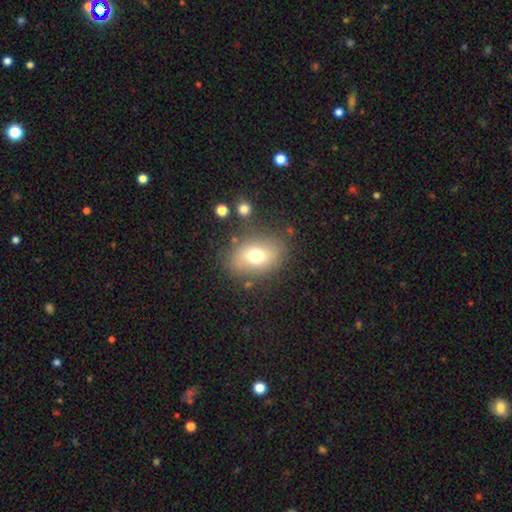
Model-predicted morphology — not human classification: Smooth or featured? smooth (70%)
How rounded? in between (69%)
Merging? none (77%)